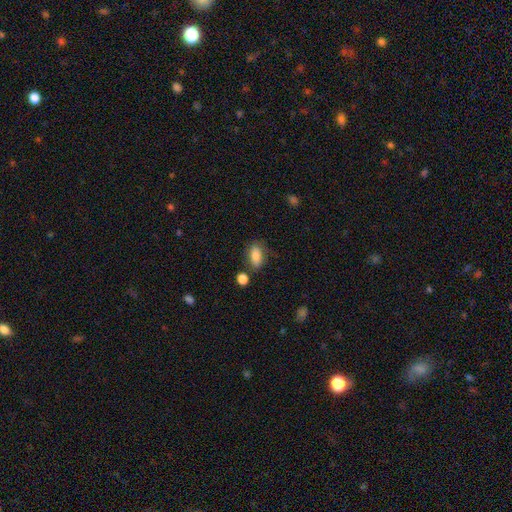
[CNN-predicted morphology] Overall: smooth (82%). How rounded: in between (87%). Merging: none (71%).